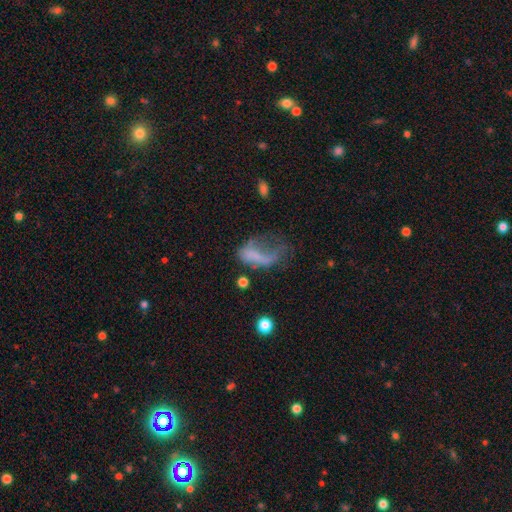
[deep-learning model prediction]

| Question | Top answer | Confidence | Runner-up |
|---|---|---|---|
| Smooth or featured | smooth | 50% | featured or disk (36%) |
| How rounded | in between | 81% | round (11%) |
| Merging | major disturbance | 57% | none (19%) |